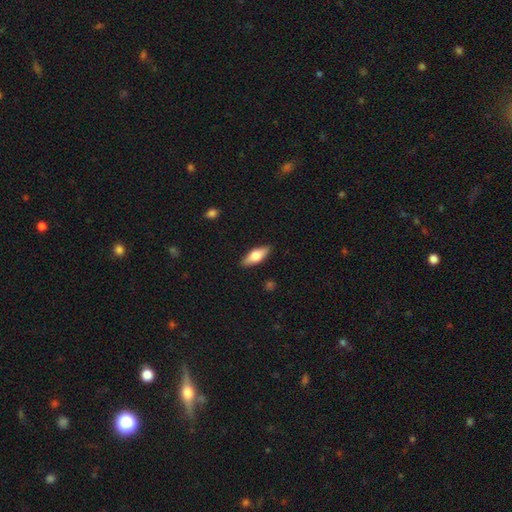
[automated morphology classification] A smooth galaxy with no disk features (62%) that is in between round and cigar-shaped (67%). Merging: none (89%).